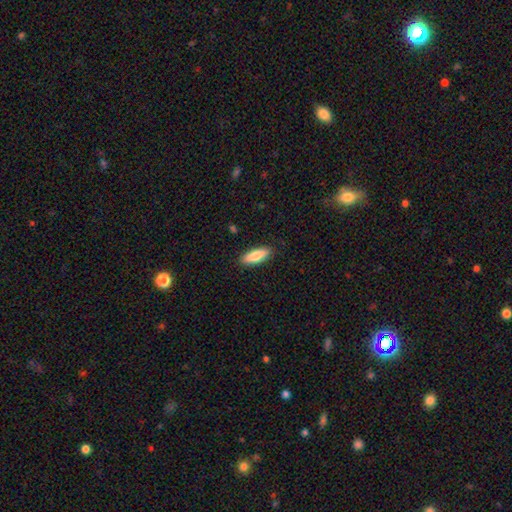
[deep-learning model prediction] This is likely a smooth galaxy (79%). How rounded: possibly in between (58%). Merging: clearly none (89%).